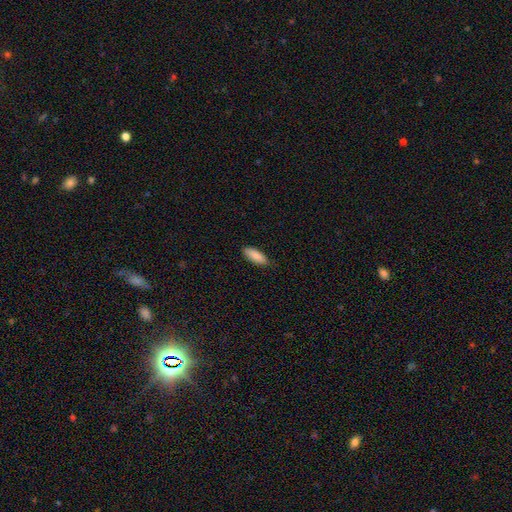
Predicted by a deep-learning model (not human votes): Smooth or featured?
  - smooth: 87% *
  - featured or disk: 7%
  - star or artifact: 6%
How rounded?
  - in between: 72% *
  - cigar-shaped: 27%
  - round: 2%
Merging?
  - none: 82% *
  - minor disturbance: 15%
  - major disturbance: 2%
  - merger: 1%